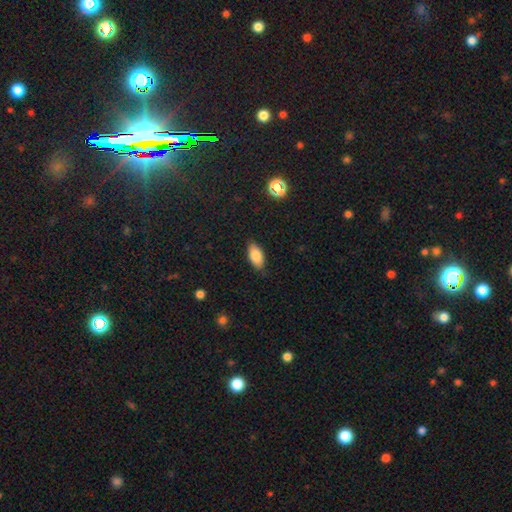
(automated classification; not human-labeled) Morphology: type=smooth (82%); roundness=in between (90%); merging=none (85%).